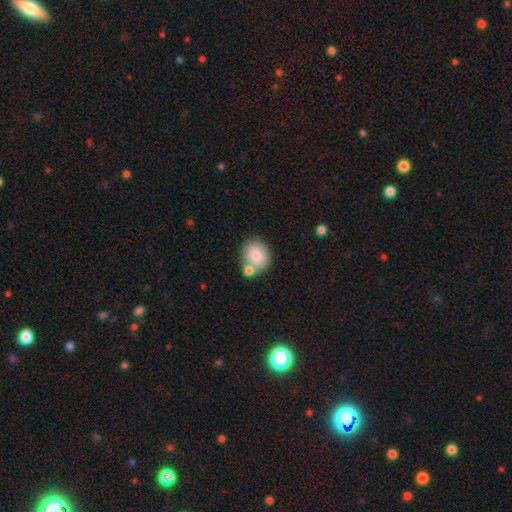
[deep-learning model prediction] Smooth or featured? smooth (83%)
How rounded? round (63%)
Merging? none (56%)